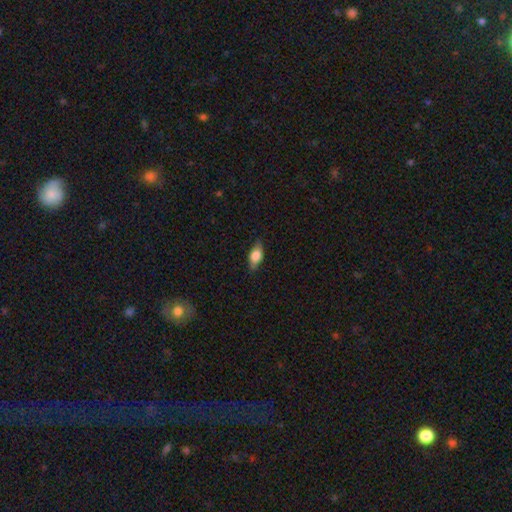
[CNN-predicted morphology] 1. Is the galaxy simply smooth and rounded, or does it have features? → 70% smooth, 23% featured or disk, 7% star or artifact.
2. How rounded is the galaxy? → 82% in between, 12% cigar-shaped, 6% round.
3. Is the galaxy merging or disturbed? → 82% none, 14% minor disturbance, 3% major disturbance, 1% merger.